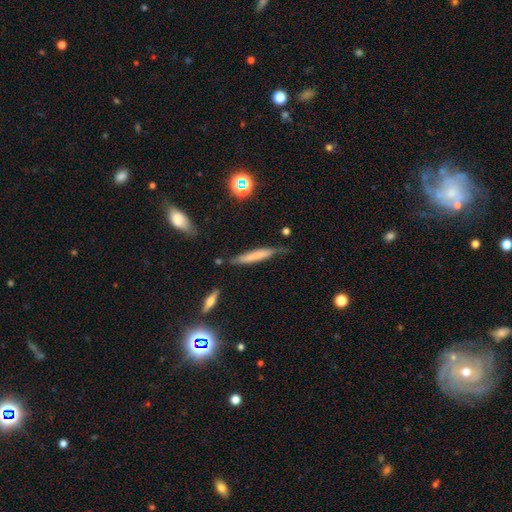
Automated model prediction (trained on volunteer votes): Smooth or featured? smooth (66%)
How rounded? cigar-shaped (91%)
Merging? none (72%)